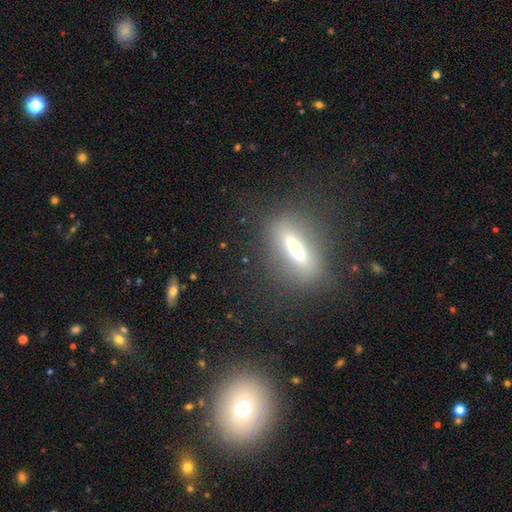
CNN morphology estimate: The model was most divided on "smooth or featured": featured or disk: 51%, smooth: 30%, star or artifact: 18%. More confident: merging — none (80%); edge-on disk — yes (73%).